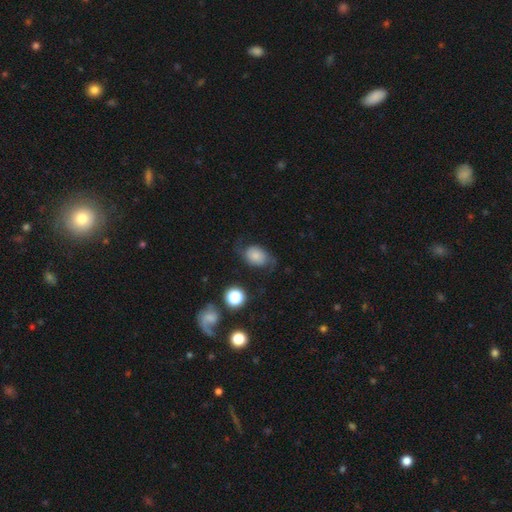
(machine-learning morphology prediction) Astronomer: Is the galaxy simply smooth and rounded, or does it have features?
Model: smooth — 53% (runner-up: featured or disk, 36%).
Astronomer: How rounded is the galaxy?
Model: in between — 60% (runner-up: round, 39%).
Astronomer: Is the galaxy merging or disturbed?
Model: none — 54%.